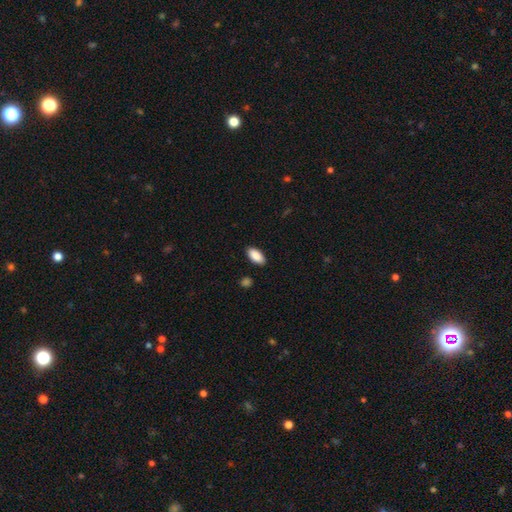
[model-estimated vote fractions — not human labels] Q: Smooth or featured?
A: smooth (89%); runner-up: star or artifact (6%)
Q: How rounded?
A: in between (92%); runner-up: cigar-shaped (5%)
Q: Merging?
A: none (88%); runner-up: minor disturbance (9%)